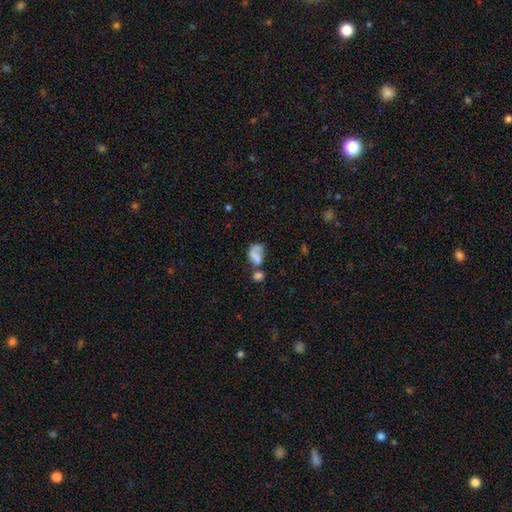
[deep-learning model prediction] A smooth galaxy with no disk features (62%) that is in between round and cigar-shaped (77%).

Vote fractions:
- Smooth or featured? smooth: 62% / featured or disk: 27% / star or artifact: 11%
- How rounded? in between: 77% / round: 22% / cigar-shaped: 2%
- Merging? merger: 44% / major disturbance: 20% / none: 20% / minor disturbance: 15%